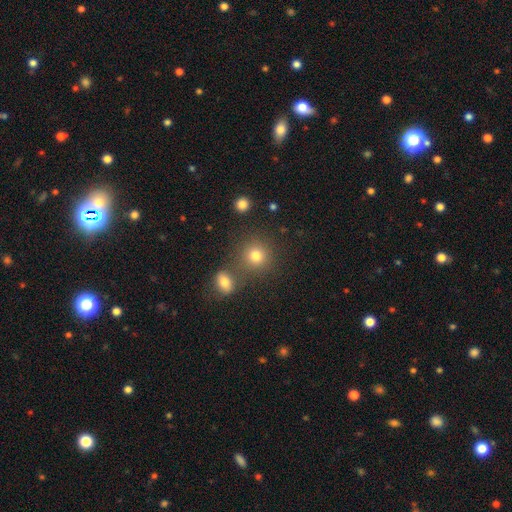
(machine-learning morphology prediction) smooth_or_featured: smooth (p=0.79) [alt: star or artifact p=0.14]
how_rounded: round (p=0.89) [alt: in between p=0.10]
merging: none (p=0.73) [alt: merger p=0.16]